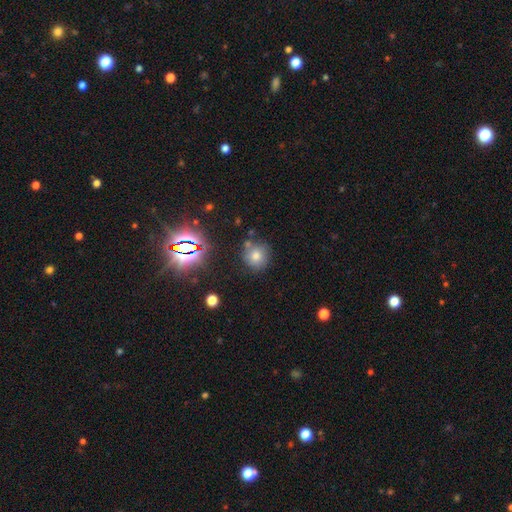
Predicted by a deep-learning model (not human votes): The model was most divided on "smooth or featured": smooth: 62%, star or artifact: 28%, featured or disk: 11%. More confident: how rounded — round (89%); merging — none (76%).